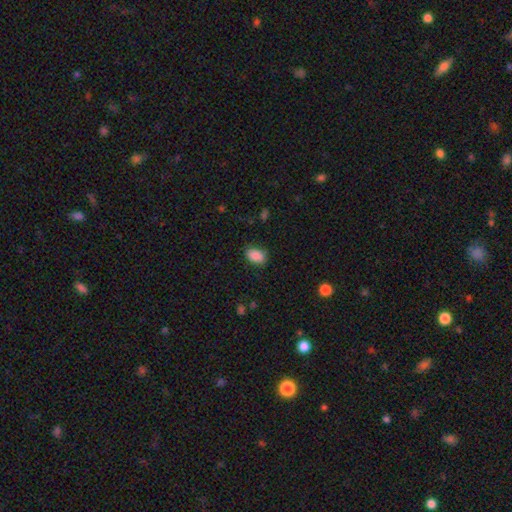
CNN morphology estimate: Smooth or featured? Predicted: smooth (p=0.88). How rounded? Predicted: in between (p=0.87). Merging? Predicted: none (p=0.84).